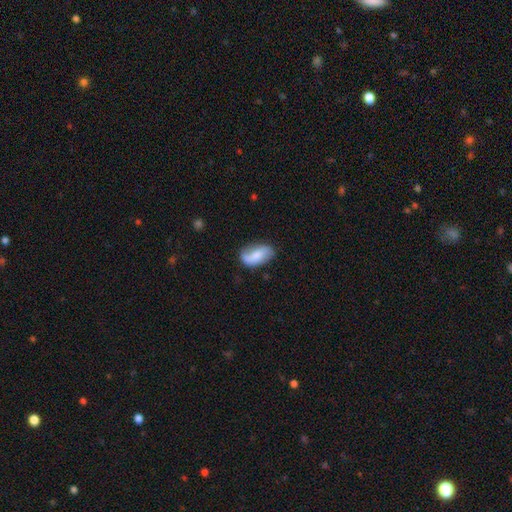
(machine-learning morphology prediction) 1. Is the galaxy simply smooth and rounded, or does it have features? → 52% smooth, 41% featured or disk, 7% star or artifact.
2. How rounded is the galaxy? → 92% in between, 5% round, 3% cigar-shaped.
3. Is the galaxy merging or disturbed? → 66% none, 25% minor disturbance, 7% major disturbance, 2% merger.